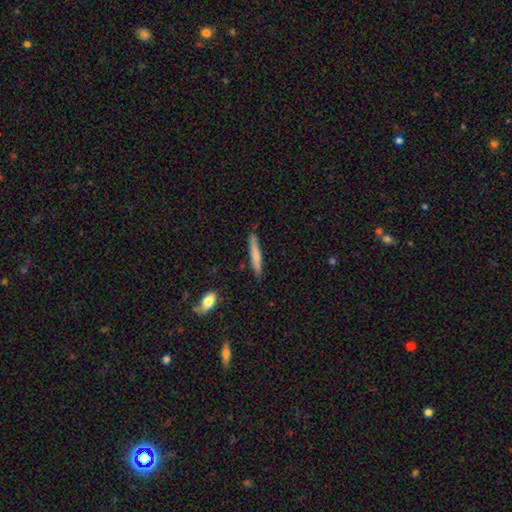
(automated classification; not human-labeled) smooth 72%, featured or disk 23%, star or artifact 6%. Down the decision tree: how rounded — cigar-shaped (94%); merging — none (86%).